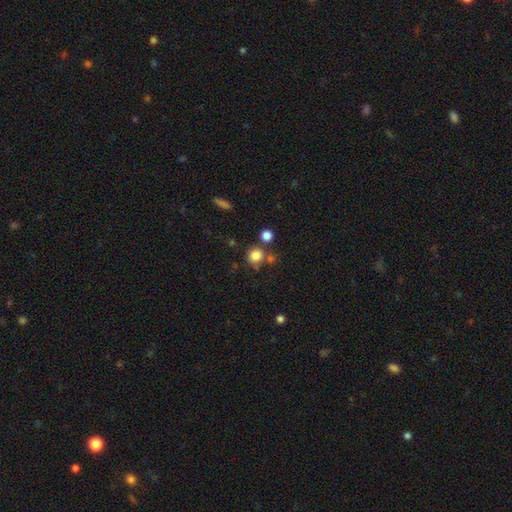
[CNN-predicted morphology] Smooth or featured?
  - smooth: 82% *
  - star or artifact: 12%
  - featured or disk: 6%
How rounded?
  - round: 89% *
  - in between: 10%
  - cigar-shaped: 1%
Merging?
  - none: 68% *
  - merger: 16%
  - minor disturbance: 11%
  - major disturbance: 4%